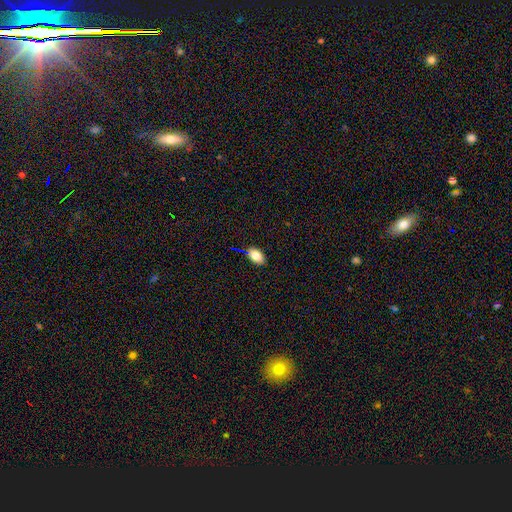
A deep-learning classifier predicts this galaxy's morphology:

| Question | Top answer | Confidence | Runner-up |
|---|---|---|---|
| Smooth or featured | smooth | 80% | featured or disk (10%) |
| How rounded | in between | 89% | round (9%) |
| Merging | none | 78% | minor disturbance (16%) |